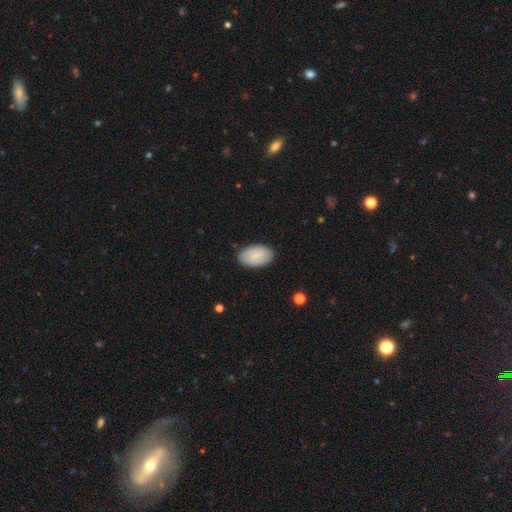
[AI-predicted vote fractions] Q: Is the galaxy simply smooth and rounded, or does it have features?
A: smooth — 82%.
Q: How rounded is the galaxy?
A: in between — 94%.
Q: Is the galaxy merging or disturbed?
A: none — 87%.